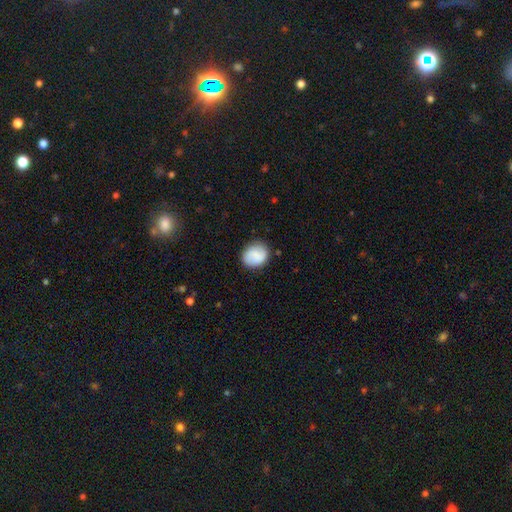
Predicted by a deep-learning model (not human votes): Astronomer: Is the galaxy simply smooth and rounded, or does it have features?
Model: smooth — 73%.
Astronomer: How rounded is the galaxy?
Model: round — 70%.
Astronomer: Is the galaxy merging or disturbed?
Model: none — 83%.